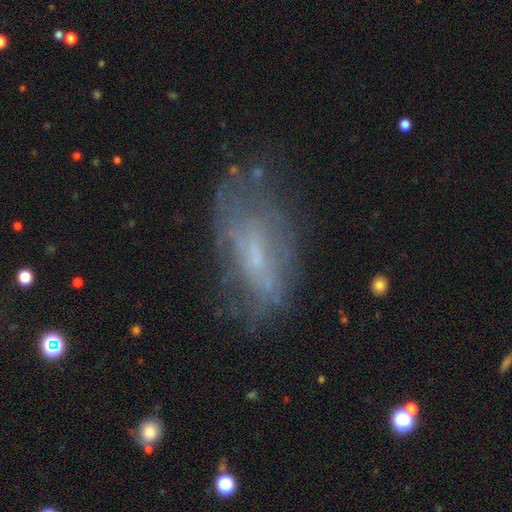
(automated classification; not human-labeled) smooth_or_featured: featured or disk (p=0.57) [alt: smooth p=0.32]
disk_edge_on: no (p=0.89) [alt: yes p=0.11]
bar: no (p=0.51) [alt: weak p=0.38]
has_spiral_arms: yes (p=0.51) [alt: no p=0.49]
bulge_size: small (p=0.50) [alt: none p=0.26]
merging: none (p=0.58) [alt: minor disturbance p=0.24]